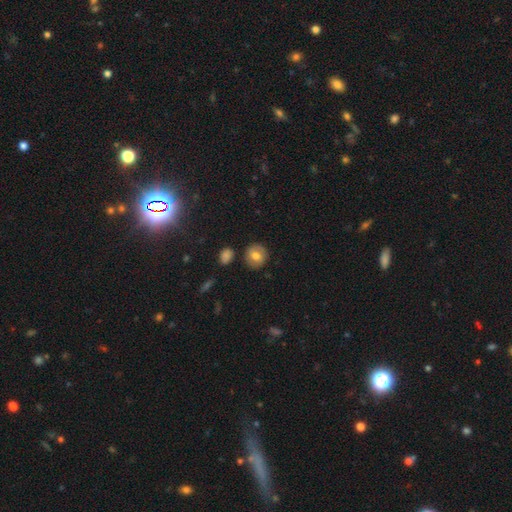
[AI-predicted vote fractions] Q: Smooth or featured?
A: smooth (71%); runner-up: featured or disk (20%)
Q: How rounded?
A: round (83%); runner-up: in between (16%)
Q: Merging?
A: none (85%); runner-up: minor disturbance (10%)